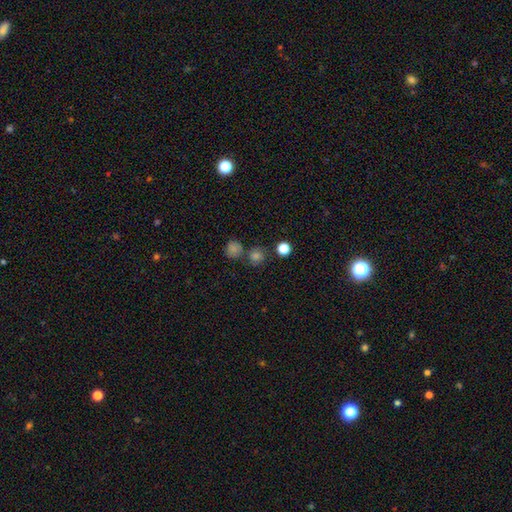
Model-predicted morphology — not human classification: smooth_or_featured: smooth (p=0.60) [alt: star or artifact p=0.32]
how_rounded: round (p=0.92) [alt: in between p=0.07]
merging: none (p=0.73) [alt: merger p=0.17]